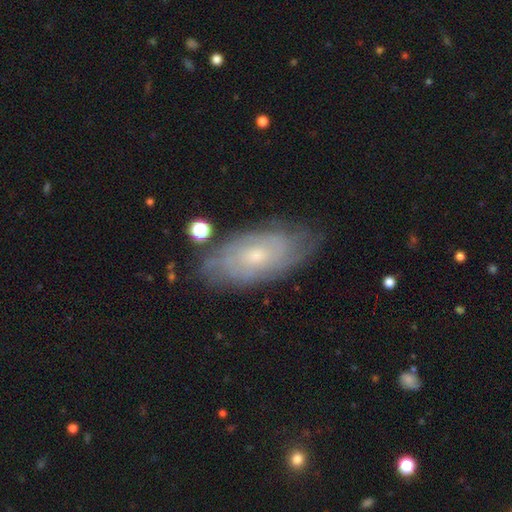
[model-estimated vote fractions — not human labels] Morphology: type=featured or disk (67%); edge-on=no (91%); bar=no (76%); spiral arms=yes (82%); bulge=small (60%); merging=none (74%).